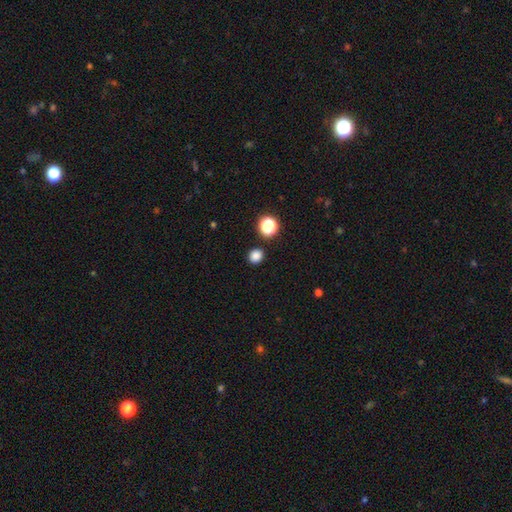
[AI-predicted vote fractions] smooth_or_featured: smooth (p=0.83) [alt: star or artifact p=0.14]
how_rounded: round (p=0.80) [alt: in between p=0.19]
merging: none (p=0.90) [alt: minor disturbance p=0.06]